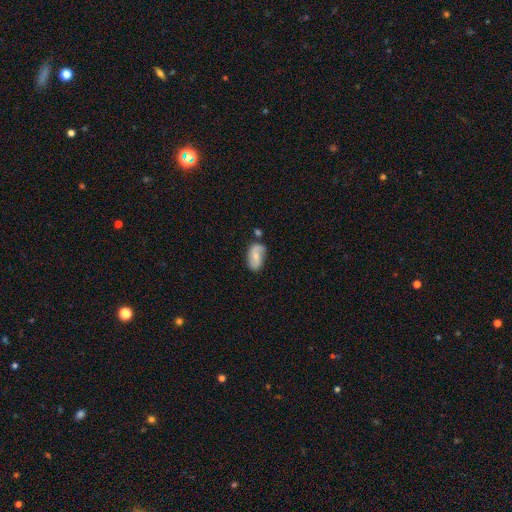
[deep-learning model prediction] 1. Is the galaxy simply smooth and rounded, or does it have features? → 49% featured or disk, 44% smooth, 7% star or artifact.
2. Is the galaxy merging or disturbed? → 59% none, 27% minor disturbance, 8% major disturbance, 7% merger.